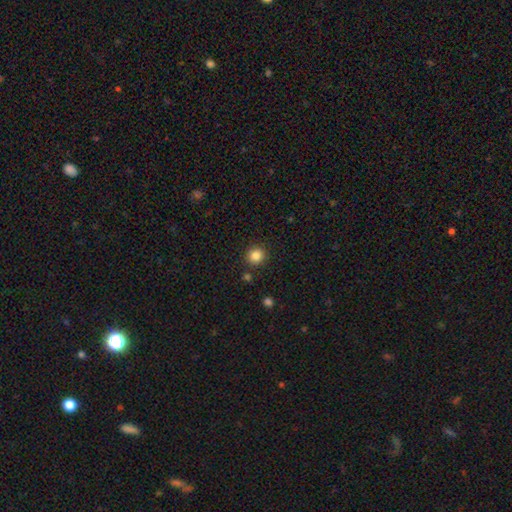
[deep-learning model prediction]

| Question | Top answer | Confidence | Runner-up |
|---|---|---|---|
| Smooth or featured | smooth | 85% | star or artifact (11%) |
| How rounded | round | 91% | in between (8%) |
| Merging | none | 88% | minor disturbance (7%) |